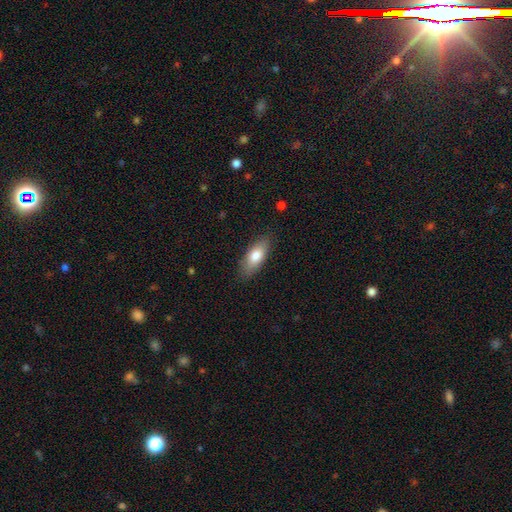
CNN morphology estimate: smooth 77%, featured or disk 17%, star or artifact 6%. Down the decision tree: how rounded — in between (77%); merging — none (84%).